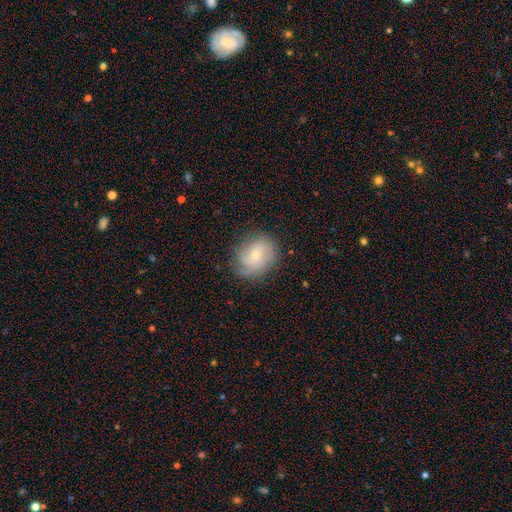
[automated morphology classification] type=featured or disk (54%); edge-on=no (97%); bar=no (71%); spiral arms=yes (85%); bulge=small (62%); merging=none (73%).